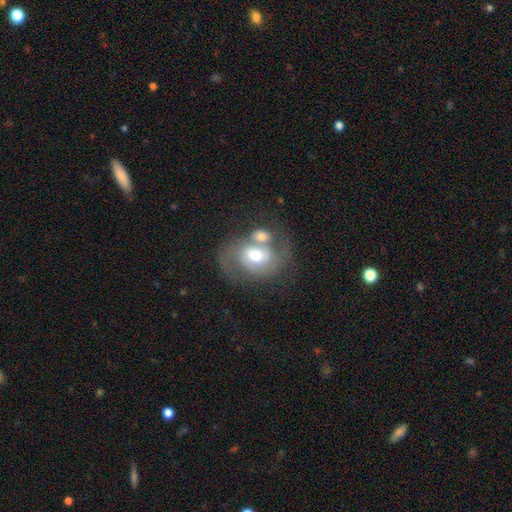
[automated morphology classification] Overall: featured or disk (67%). Edge-on disk: no (97%). Bar: no (50%; weak 38%). Spiral arms: yes (81%). Spiral arm count: 2 (73%). Spiral winding: medium (48%; tight 30%). Bulge size: moderate (66%). Merging: merger (49%; none 27%).